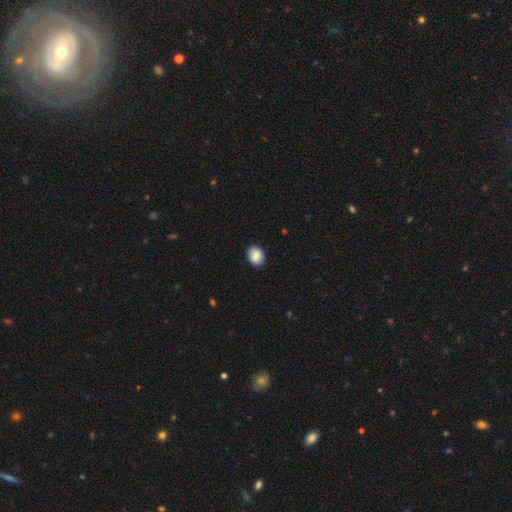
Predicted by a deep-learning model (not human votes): smooth_or_featured: smooth (p=0.86) [alt: star or artifact p=0.07]
how_rounded: in between (p=0.61) [alt: round p=0.38]
merging: none (p=0.87) [alt: minor disturbance p=0.10]